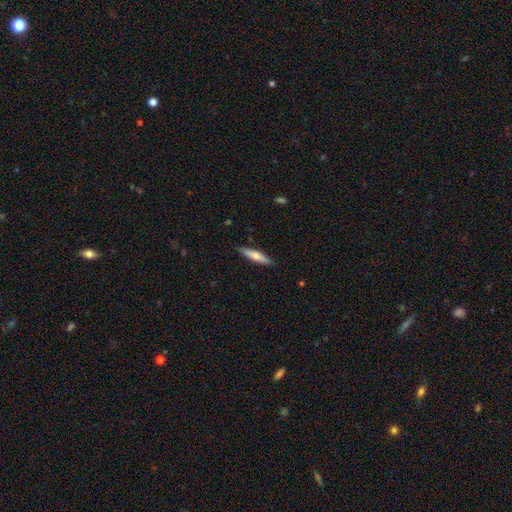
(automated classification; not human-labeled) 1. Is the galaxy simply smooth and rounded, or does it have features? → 61% smooth, 33% featured or disk, 6% star or artifact.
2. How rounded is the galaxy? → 81% cigar-shaped, 17% in between, 2% round.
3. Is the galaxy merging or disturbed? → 89% none, 8% minor disturbance, 2% major disturbance, 1% merger.